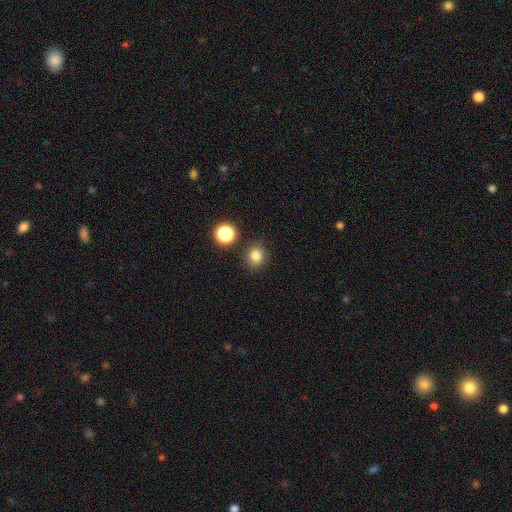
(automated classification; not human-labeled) Q: Smooth or featured?
A: smooth (81%); runner-up: star or artifact (14%)
Q: How rounded?
A: round (76%); runner-up: in between (23%)
Q: Merging?
A: none (85%); runner-up: minor disturbance (9%)